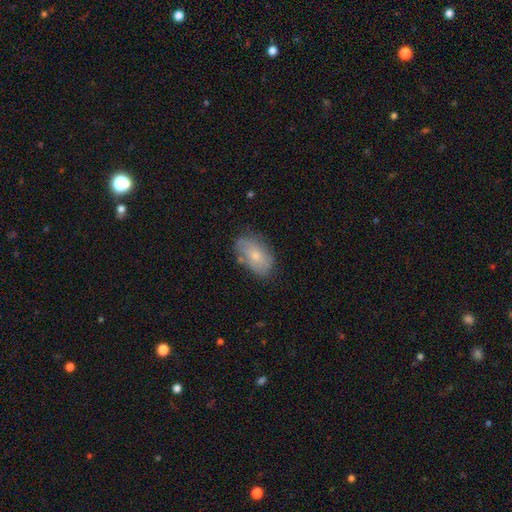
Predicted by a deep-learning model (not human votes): smooth_or_featured: smooth (p=0.61) [alt: featured or disk p=0.32]
how_rounded: in between (p=0.91) [alt: round p=0.07]
merging: none (p=0.66) [alt: minor disturbance p=0.24]